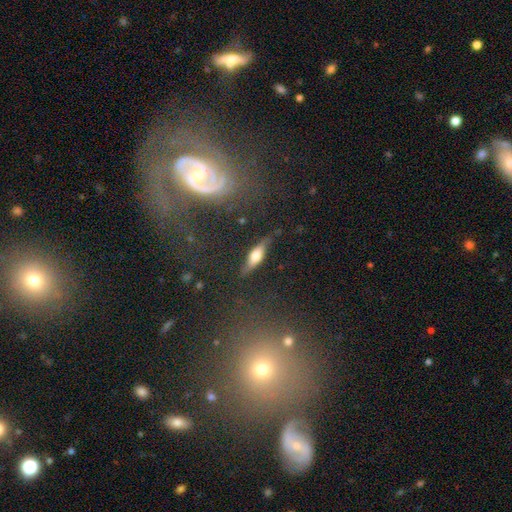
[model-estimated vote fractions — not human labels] Smooth or featured? featured or disk (48%)
Merging? none (76%)